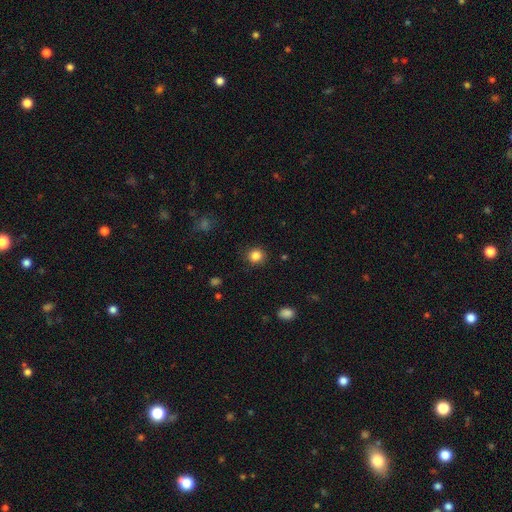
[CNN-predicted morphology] Overall: smooth (85%). How rounded: round (89%). Merging: none (90%).